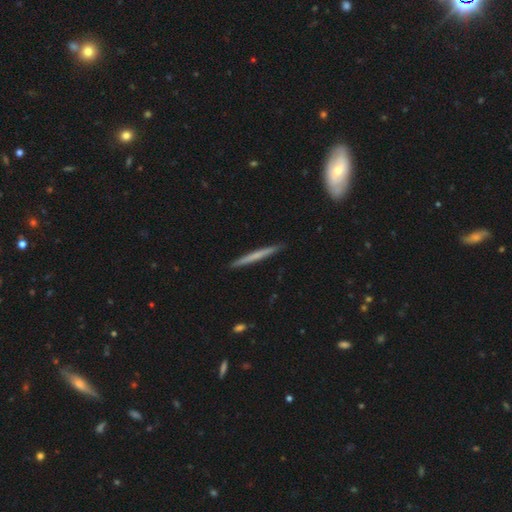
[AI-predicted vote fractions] Smooth or featured? Predicted: smooth (p=0.52). How rounded? Predicted: cigar-shaped (p=0.97). Merging? Predicted: none (p=0.91).